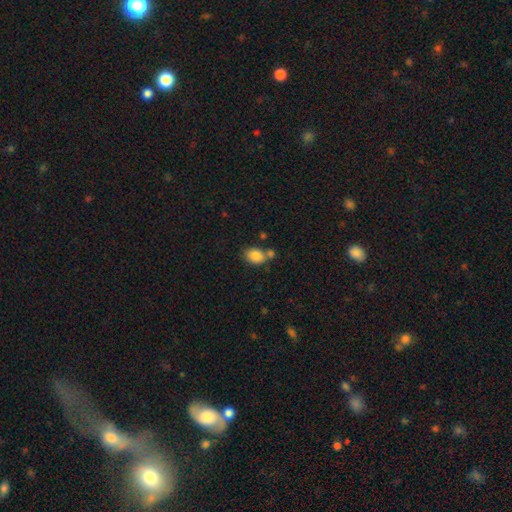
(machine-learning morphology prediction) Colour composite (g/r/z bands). It shows a smooth galaxy with no disk features (84%) that is in between round and cigar-shaped (72%). Merging: none (54%).